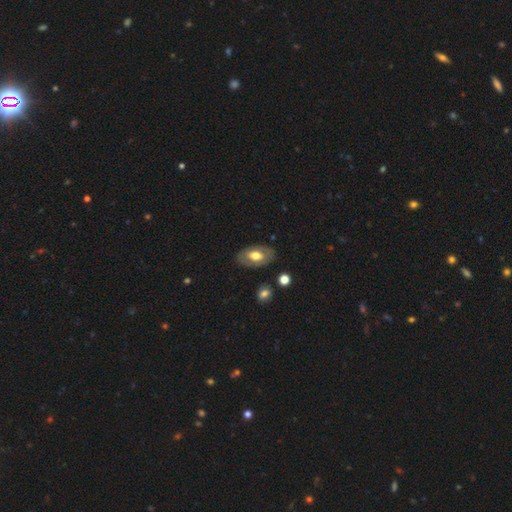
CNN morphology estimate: The model was most divided on "smooth or featured": smooth: 51%, featured or disk: 43%, star or artifact: 6%. More confident: how rounded — in between (91%); merging — none (81%).